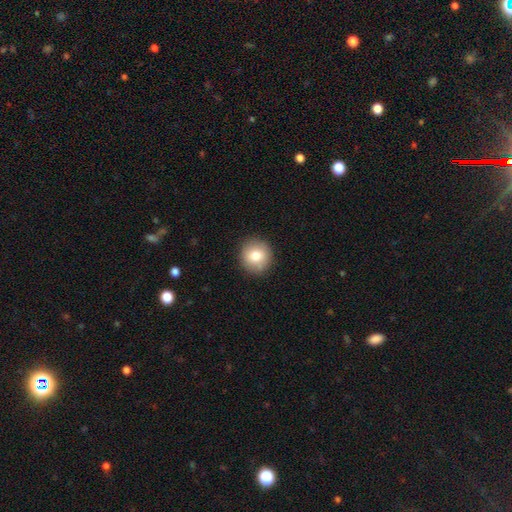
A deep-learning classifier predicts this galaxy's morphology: This appears to be a smooth galaxy with no disk features (79%) that is round (92%). Merging: none (90%).